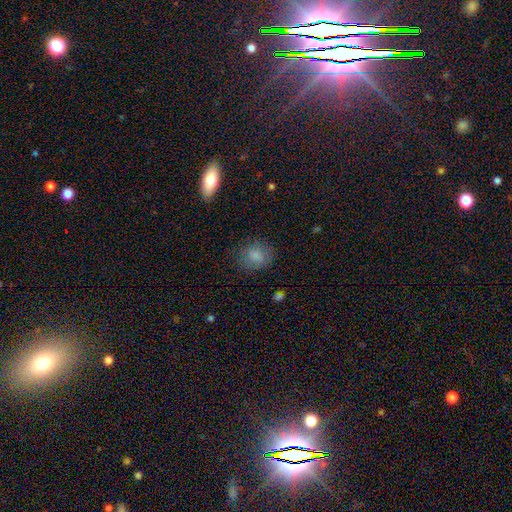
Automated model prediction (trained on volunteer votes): Morphology: type=smooth (83%); roundness=round (66%); merging=none (78%).